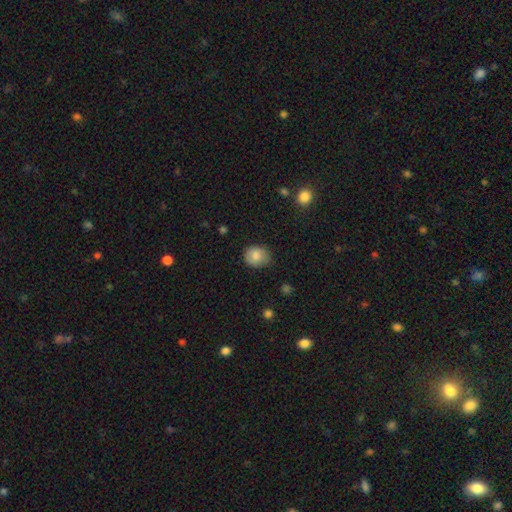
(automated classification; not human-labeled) Smooth or featured? smooth (84%)
How rounded? round (62%)
Merging? none (70%)